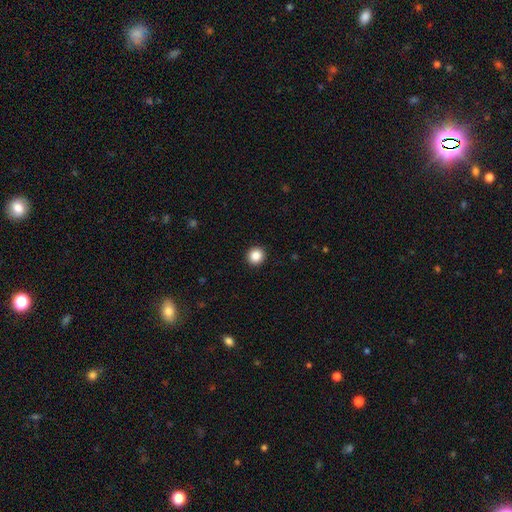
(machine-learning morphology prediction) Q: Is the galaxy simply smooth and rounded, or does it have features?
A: smooth — 87%.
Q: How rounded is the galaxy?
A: round — 94%.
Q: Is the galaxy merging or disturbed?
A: none — 93%.